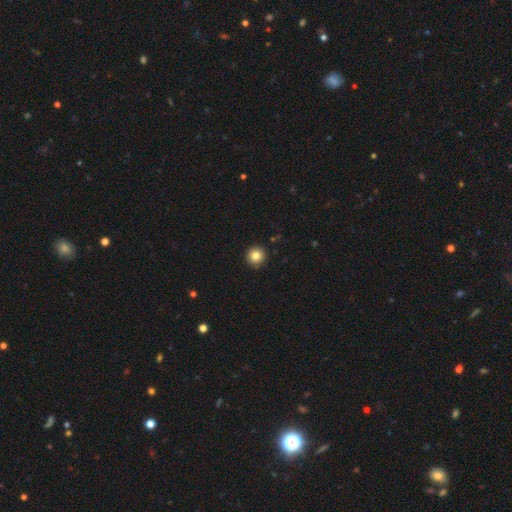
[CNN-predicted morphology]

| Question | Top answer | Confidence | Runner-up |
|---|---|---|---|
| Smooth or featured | smooth | 83% | star or artifact (11%) |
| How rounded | round | 95% | in between (4%) |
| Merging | none | 93% | minor disturbance (5%) |